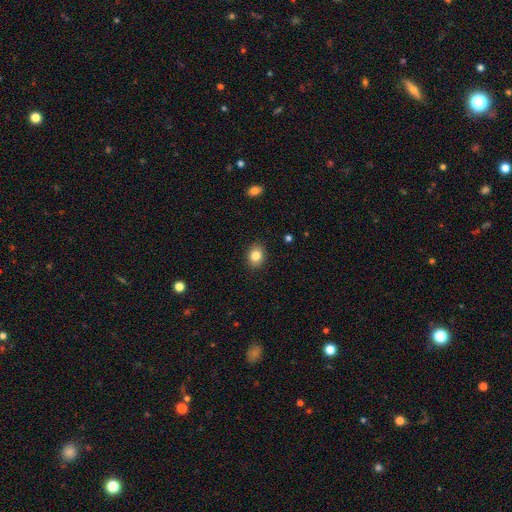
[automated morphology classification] Q: Smooth or featured?
A: smooth (84%); runner-up: star or artifact (9%)
Q: How rounded?
A: in between (54%); runner-up: round (45%)
Q: Merging?
A: none (89%); runner-up: minor disturbance (8%)